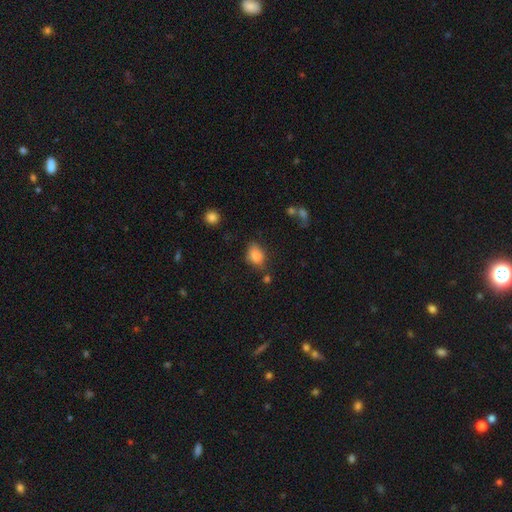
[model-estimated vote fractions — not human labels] Smooth or featured? smooth (83%)
How rounded? in between (75%)
Merging? none (64%)